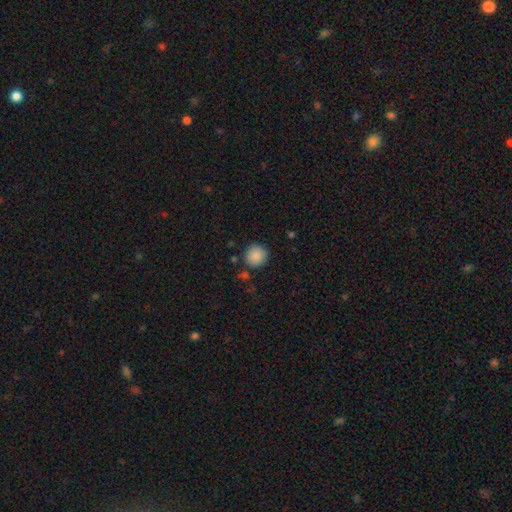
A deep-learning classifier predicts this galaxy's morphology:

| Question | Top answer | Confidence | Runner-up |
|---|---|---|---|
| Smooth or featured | smooth | 88% | star or artifact (8%) |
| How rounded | round | 94% | in between (5%) |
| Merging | none | 87% | minor disturbance (8%) |